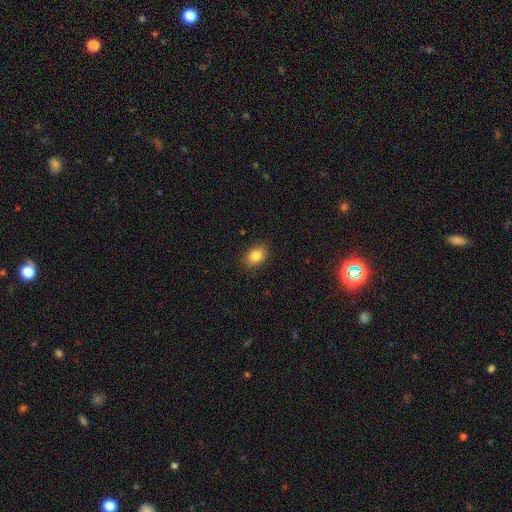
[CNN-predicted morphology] Smooth or featured: smooth — 85% (star or artifact — 9%)
How rounded: in between — 76% (round — 23%)
Merging: none — 87% (minor disturbance — 10%)